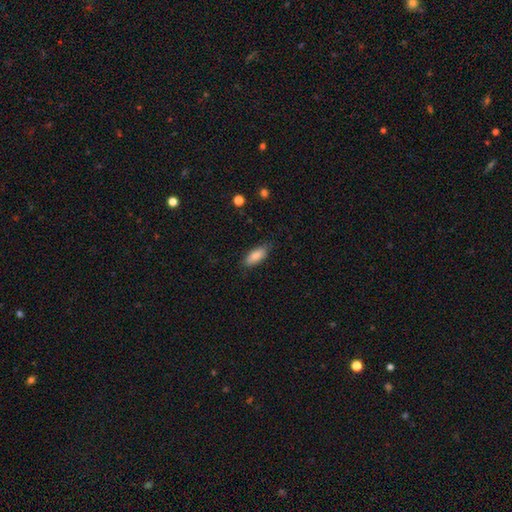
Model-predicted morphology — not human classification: A smooth galaxy with no disk features (86%) that is in between round and cigar-shaped (82%).

Vote fractions:
- Smooth or featured? smooth: 86% / featured or disk: 8% / star or artifact: 6%
- How rounded? in between: 82% / cigar-shaped: 16% / round: 2%
- Merging? none: 82% / minor disturbance: 14% / major disturbance: 3% / merger: 1%